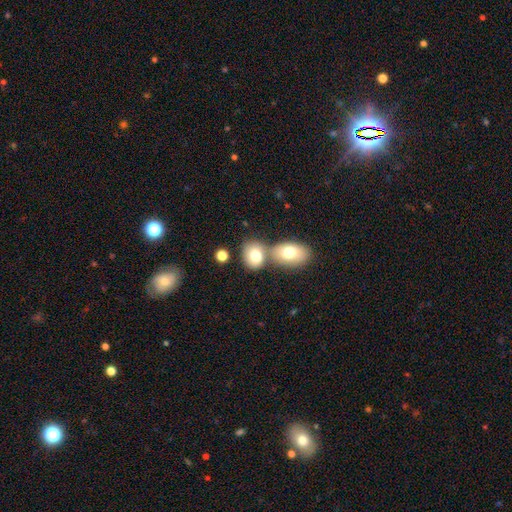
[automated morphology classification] Q: Smooth or featured?
A: smooth (76%); runner-up: featured or disk (16%)
Q: How rounded?
A: in between (63%); runner-up: round (36%)
Q: Merging?
A: merger (46%); runner-up: none (40%)